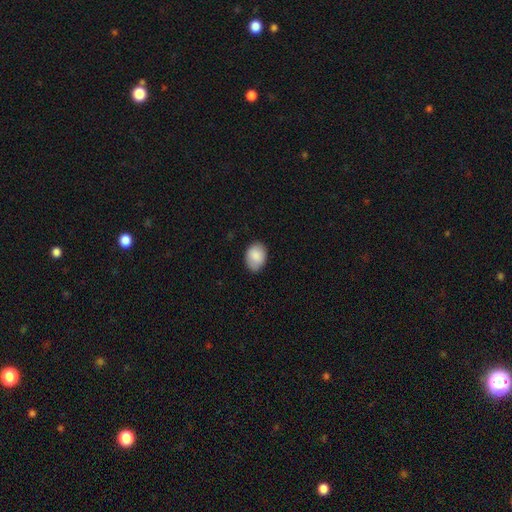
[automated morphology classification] Smooth or featured: smooth — 87% (star or artifact — 7%)
How rounded: in between — 74% (round — 25%)
Merging: none — 82% (minor disturbance — 15%)